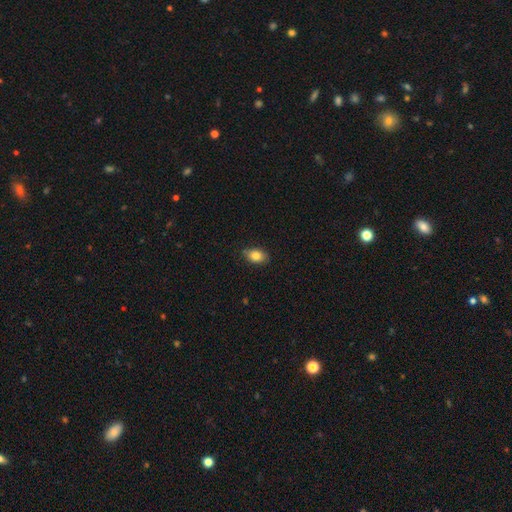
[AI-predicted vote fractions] A smooth galaxy with no disk features (83%) that is in between round and cigar-shaped (82%). Merging: none (84%).